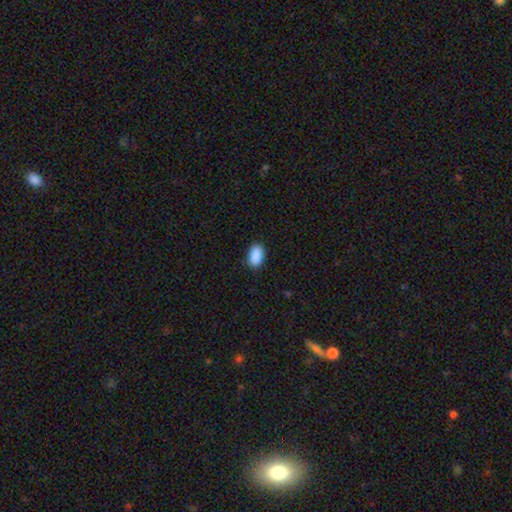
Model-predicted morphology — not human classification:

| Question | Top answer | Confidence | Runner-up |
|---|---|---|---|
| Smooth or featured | smooth | 90% | star or artifact (7%) |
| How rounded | in between | 93% | round (5%) |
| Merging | none | 88% | minor disturbance (9%) |